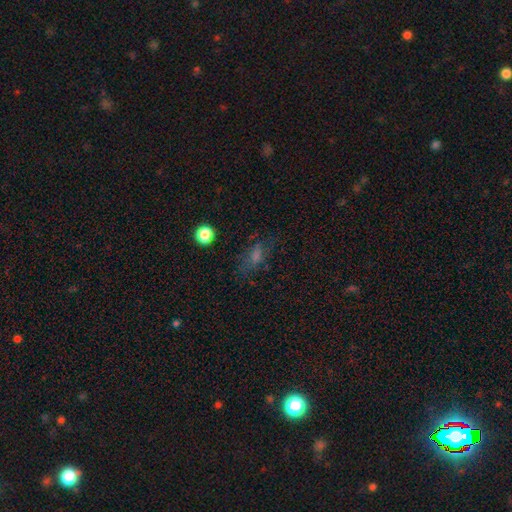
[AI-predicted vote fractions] A smooth galaxy with no disk features (49%).

Vote fractions:
- Smooth or featured? smooth: 49% / featured or disk: 26% / star or artifact: 26%
- Merging? none: 66% / minor disturbance: 18% / major disturbance: 13% / merger: 2%